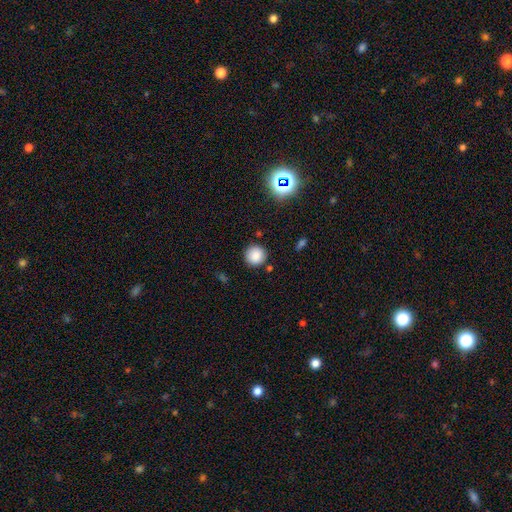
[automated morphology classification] type=smooth (85%); roundness=round (95%); merging=none (89%).